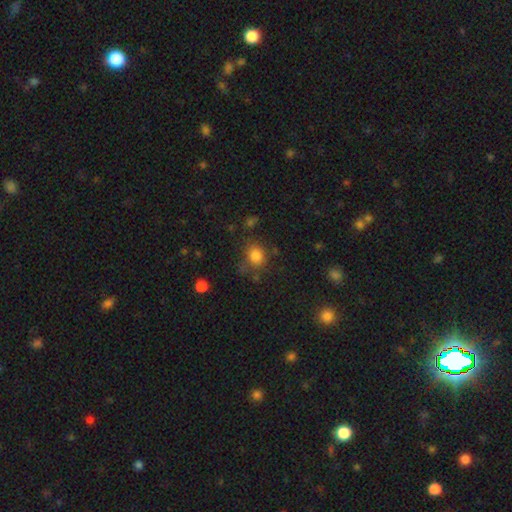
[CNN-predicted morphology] The model was most divided on "how rounded": round: 68%, in between: 31%, cigar-shaped: 1%. More confident: smooth or featured — smooth (81%); merging — none (68%).